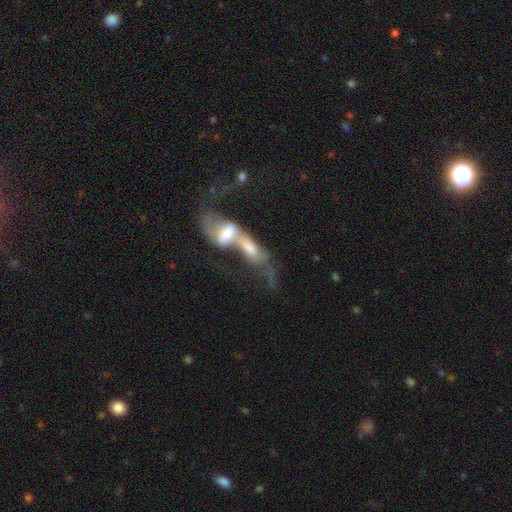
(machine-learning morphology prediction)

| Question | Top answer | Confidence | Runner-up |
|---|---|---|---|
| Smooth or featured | featured or disk | 56% | smooth (34%) |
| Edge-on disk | no | 84% | yes (16%) |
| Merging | merger | 80% | major disturbance (8%) |